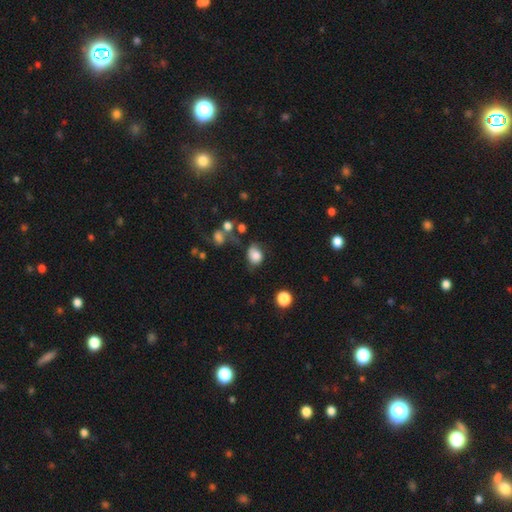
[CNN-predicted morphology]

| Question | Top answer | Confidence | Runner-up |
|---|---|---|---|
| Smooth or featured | smooth | 79% | featured or disk (11%) |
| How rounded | in between | 55% | round (44%) |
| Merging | none | 44% | minor disturbance (31%) |